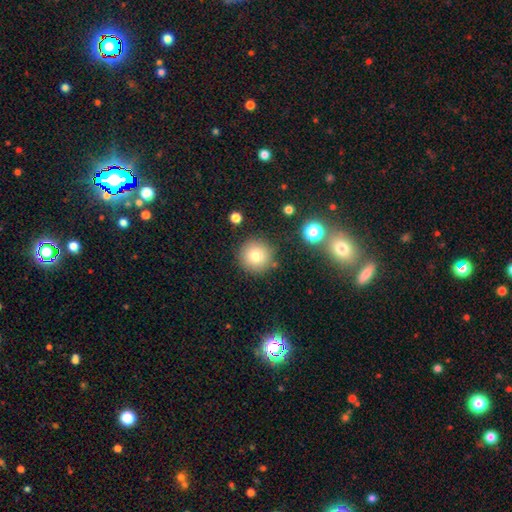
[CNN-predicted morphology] Smooth or featured: smooth — 77% (star or artifact — 13%)
How rounded: round — 95% (in between — 4%)
Merging: none — 86% (minor disturbance — 8%)